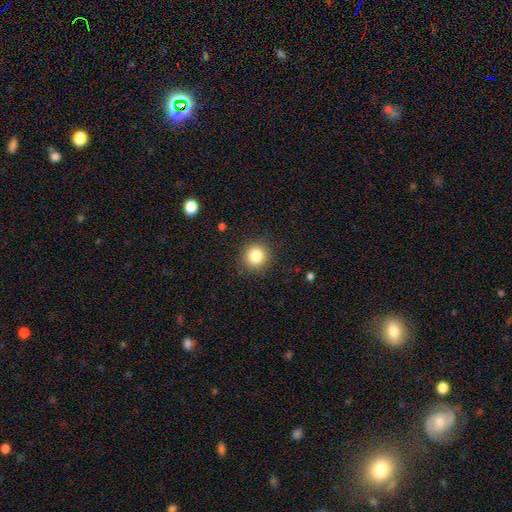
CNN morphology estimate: type=smooth (83%); roundness=round (92%); merging=none (89%).